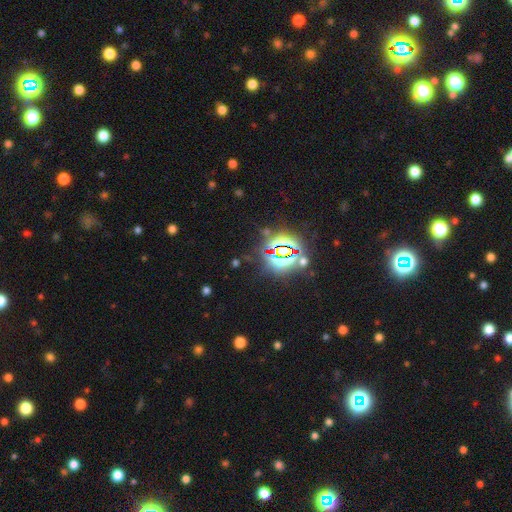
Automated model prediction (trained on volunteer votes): smooth_or_featured: star or artifact (p=0.82) [alt: smooth p=0.11]